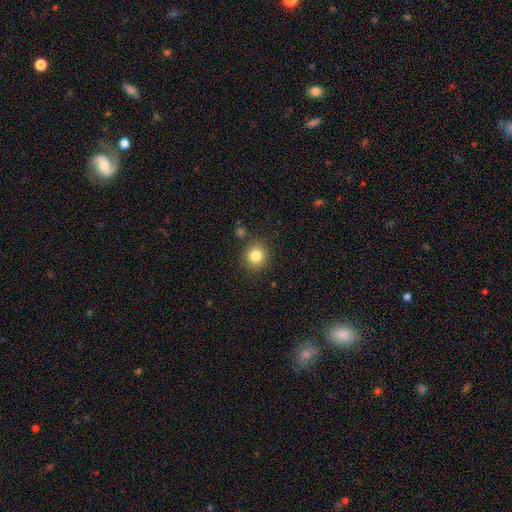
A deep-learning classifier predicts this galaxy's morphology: Smooth or featured? Predicted: smooth (p=0.82). How rounded? Predicted: round (p=0.86). Merging? Predicted: none (p=0.86).